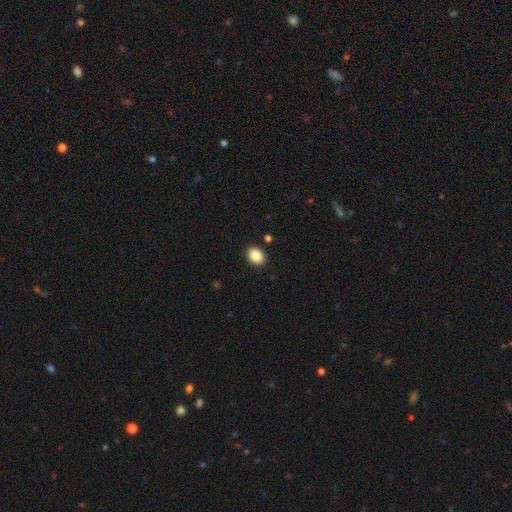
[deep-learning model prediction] Smooth or featured? Predicted: smooth (p=0.87). How rounded? Predicted: in between (p=0.53). Merging? Predicted: none (p=0.90).